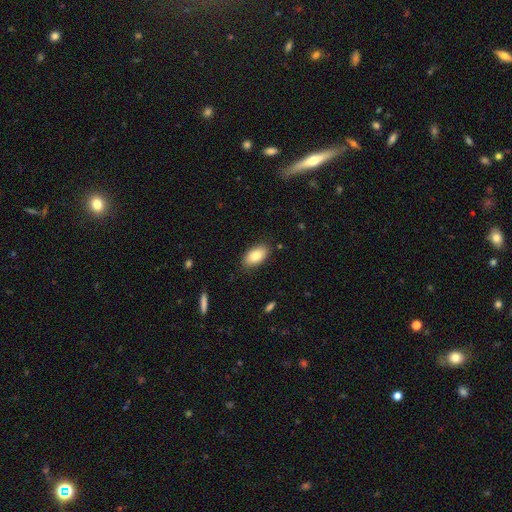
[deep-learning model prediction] The model was most divided on "smooth or featured": smooth: 81%, featured or disk: 12%, star or artifact: 7%. More confident: how rounded — in between (93%); merging — none (85%).